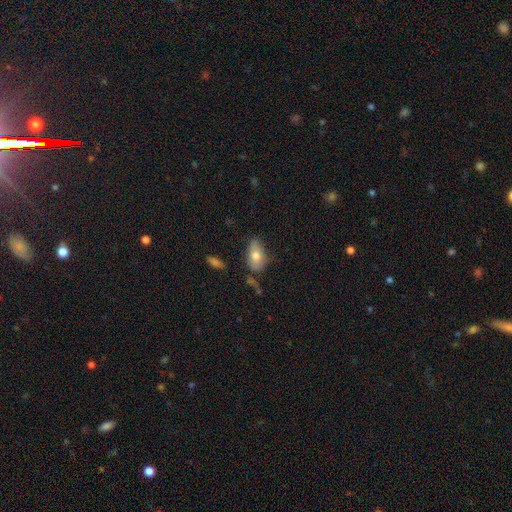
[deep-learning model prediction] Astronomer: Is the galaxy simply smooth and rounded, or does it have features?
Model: smooth — 73%.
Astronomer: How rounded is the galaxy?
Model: in between — 90%.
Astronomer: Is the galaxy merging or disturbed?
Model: none — 59%.